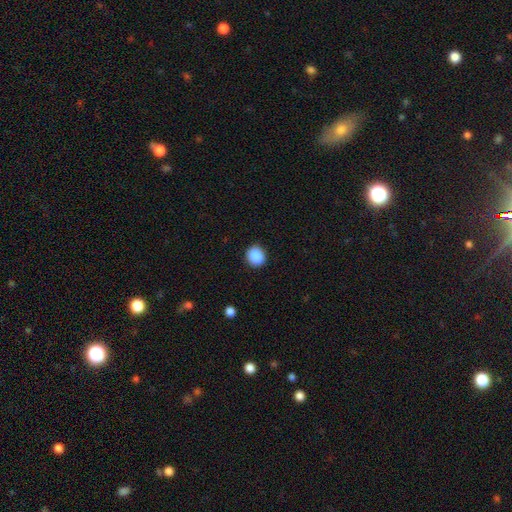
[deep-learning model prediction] A smooth galaxy with no disk features (88%) that is round (77%). Merging: none (85%).